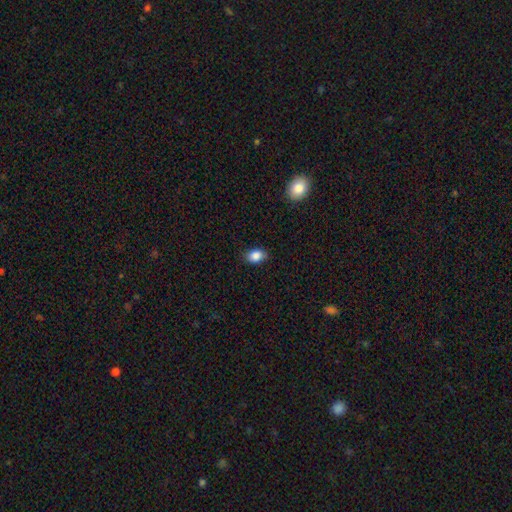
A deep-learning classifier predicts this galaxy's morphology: Smooth or featured? Predicted: smooth (p=0.86). How rounded? Predicted: in between (p=0.76). Merging? Predicted: none (p=0.85).